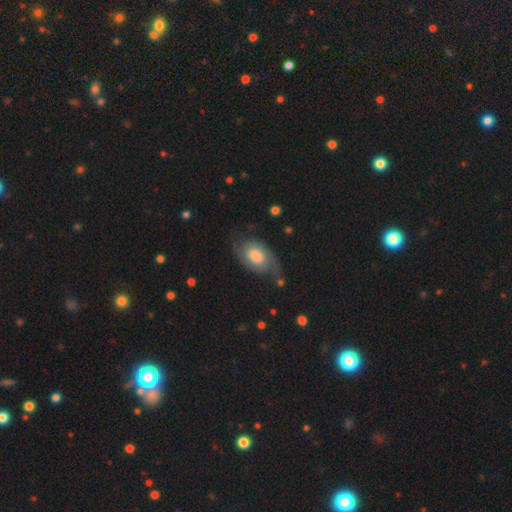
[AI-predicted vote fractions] Overall: featured or disk (70%). Edge-on disk: no (96%). Bar: no (70%). Spiral arms: yes (91%). Spiral arm count: 2 (83%). Spiral winding: medium (41%; tight 38%). Bulge size: large (41%; moderate 36%). Merging: none (68%).